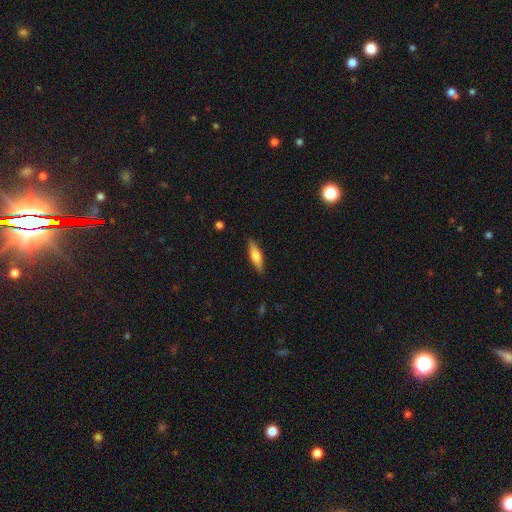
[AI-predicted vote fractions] A smooth galaxy with no disk features (58%) that is cigar-shaped (61%). Merging: none (88%).